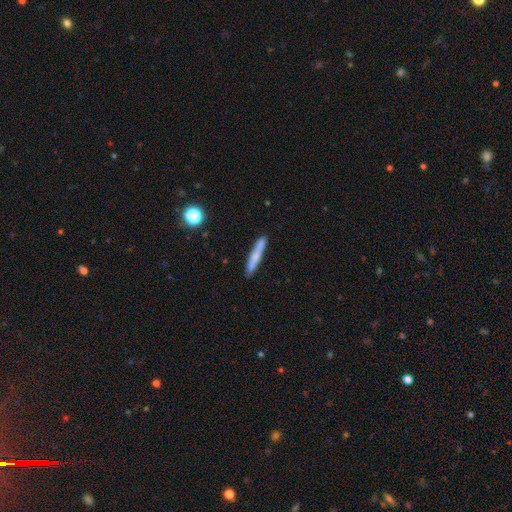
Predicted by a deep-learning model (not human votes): A smooth galaxy with no disk features (63%) that is cigar-shaped (94%). Merging: none (84%).